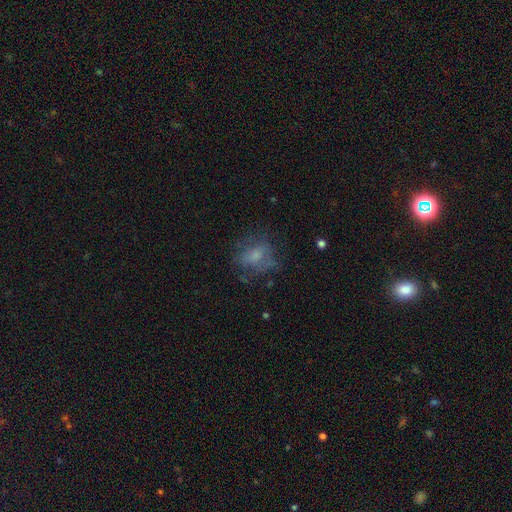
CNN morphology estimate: Q: Smooth or featured?
A: smooth (55%); runner-up: featured or disk (32%)
Q: How rounded?
A: in between (51%); runner-up: round (48%)
Q: Merging?
A: none (53%); runner-up: major disturbance (22%)